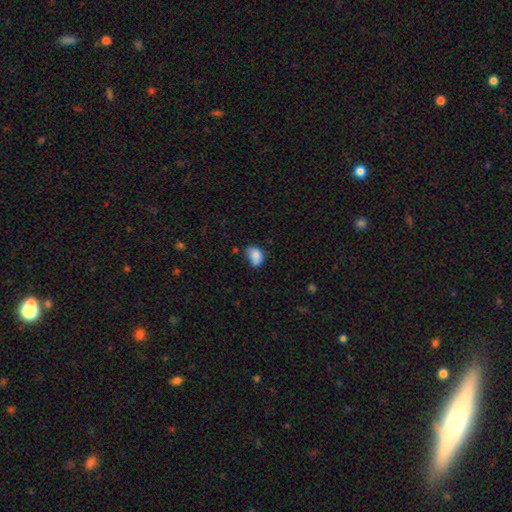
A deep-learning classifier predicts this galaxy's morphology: A smooth galaxy with no disk features (79%) that is in between round and cigar-shaped (73%).

Vote fractions:
- Smooth or featured? smooth: 79% / featured or disk: 12% / star or artifact: 9%
- How rounded? in between: 73% / round: 26% / cigar-shaped: 1%
- Merging? minor disturbance: 38% / none: 37% / major disturbance: 14% / merger: 10%